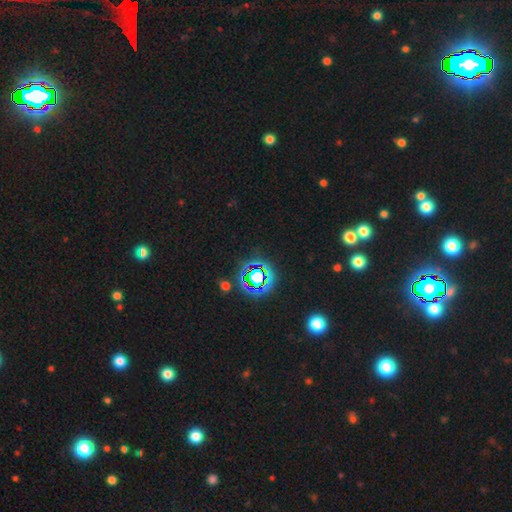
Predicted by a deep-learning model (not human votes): This is likely a star or artifact rather than a galaxy (75%).